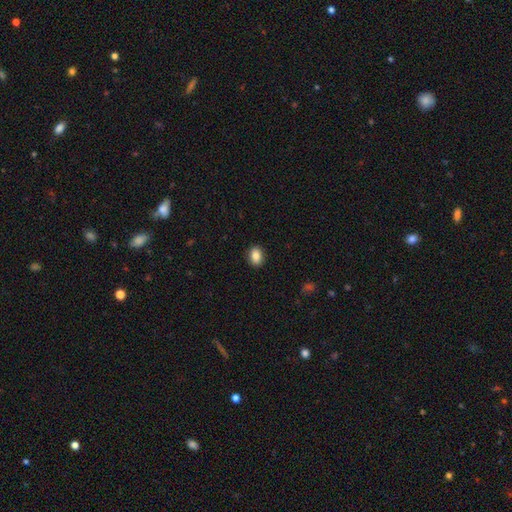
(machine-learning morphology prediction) A smooth galaxy with no disk features (87%) that is in between round and cigar-shaped (77%).

Vote fractions:
- Smooth or featured? smooth: 87% / star or artifact: 8% / featured or disk: 5%
- How rounded? in between: 77% / round: 22% / cigar-shaped: 1%
- Merging? none: 89% / minor disturbance: 8% / major disturbance: 2% / merger: 1%